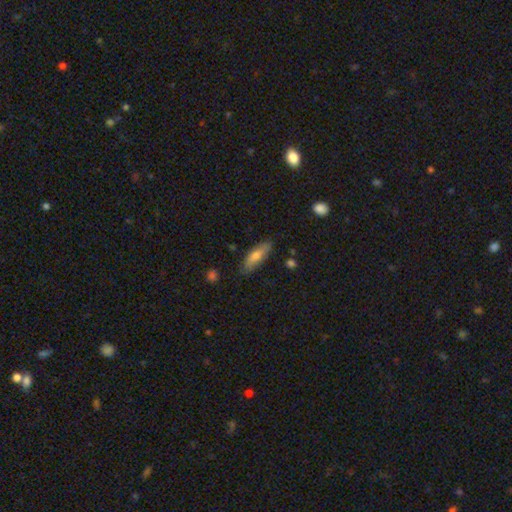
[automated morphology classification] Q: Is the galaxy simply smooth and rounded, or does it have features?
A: smooth — 69%.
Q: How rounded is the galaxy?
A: in between — 58%.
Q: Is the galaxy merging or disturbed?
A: none — 82%.